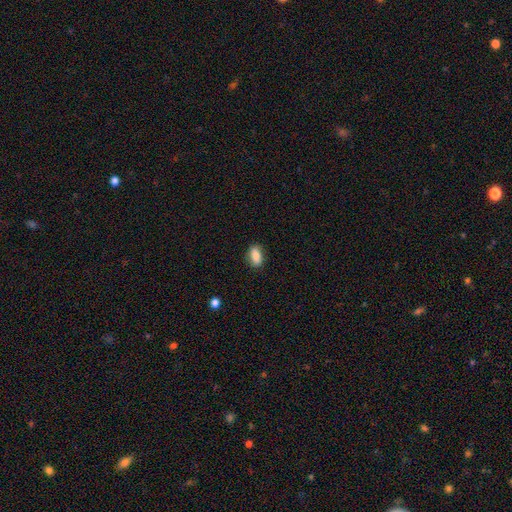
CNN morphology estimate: Overall: smooth (86%). How rounded: in between (84%). Merging: none (84%).